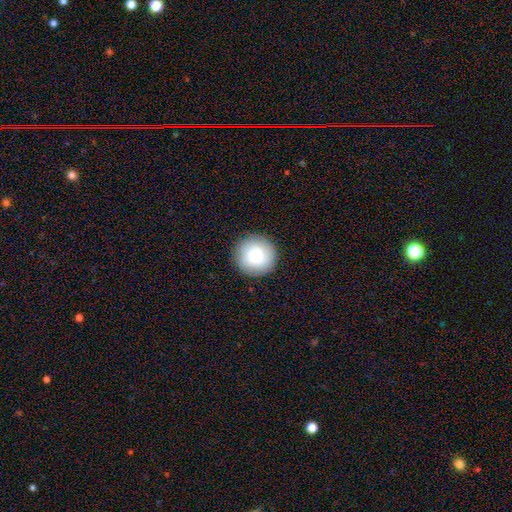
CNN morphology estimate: A smooth galaxy with no disk features (80%) that is round (95%). Merging: none (90%).